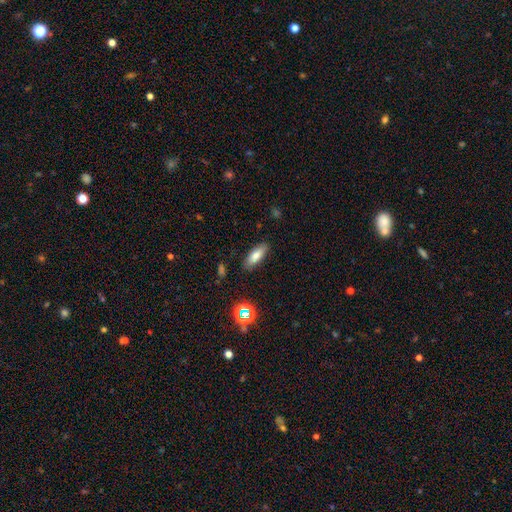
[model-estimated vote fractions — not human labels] A smooth galaxy with no disk features (76%) that is in between round and cigar-shaped (67%).

Vote fractions:
- Smooth or featured? smooth: 76% / featured or disk: 14% / star or artifact: 10%
- How rounded? in between: 67% / cigar-shaped: 31% / round: 3%
- Merging? none: 86% / minor disturbance: 10% / major disturbance: 3% / merger: 2%